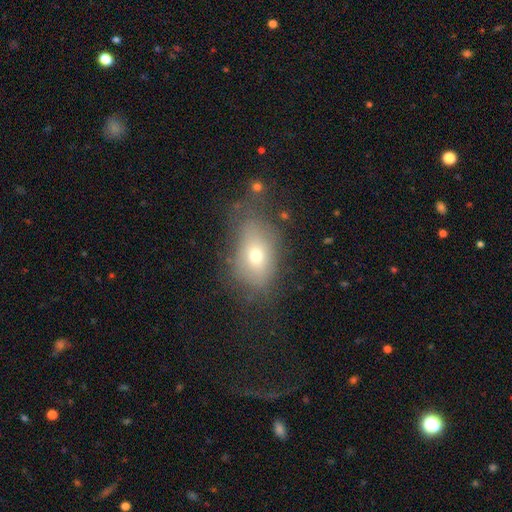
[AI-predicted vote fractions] smooth 62%, featured or disk 24%, star or artifact 14%. Down the decision tree: how rounded — in between (78%); merging — none (52%).